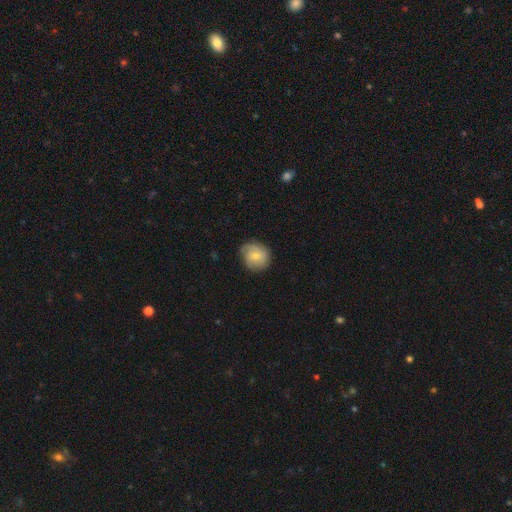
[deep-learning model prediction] Q: Smooth or featured?
A: smooth (61%); runner-up: featured or disk (32%)
Q: How rounded?
A: round (76%); runner-up: in between (23%)
Q: Merging?
A: none (69%); runner-up: minor disturbance (24%)